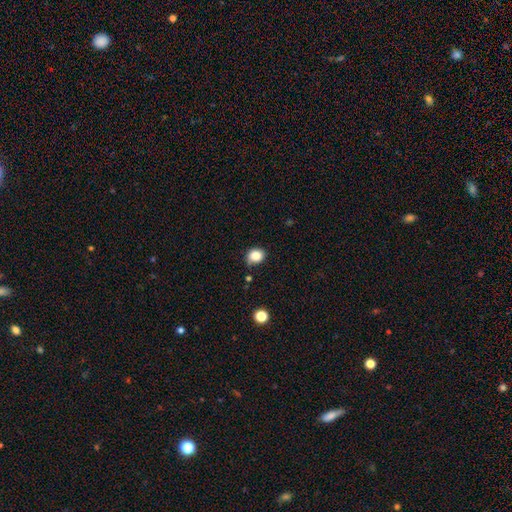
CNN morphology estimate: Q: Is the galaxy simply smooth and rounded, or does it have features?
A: smooth — 84%.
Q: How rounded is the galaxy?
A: round — 61%.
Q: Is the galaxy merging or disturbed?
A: none — 69%.